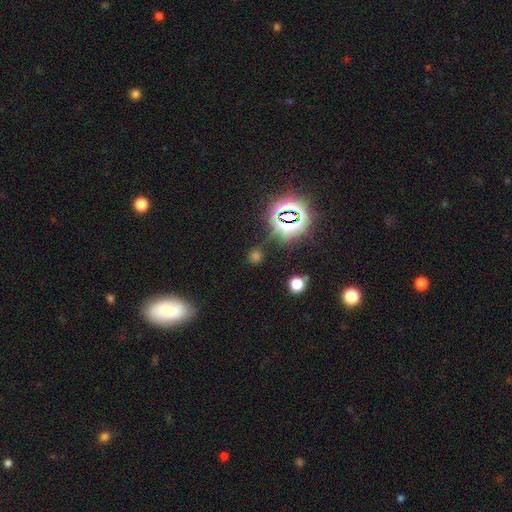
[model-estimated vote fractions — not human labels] Smooth or featured? star or artifact (47%)